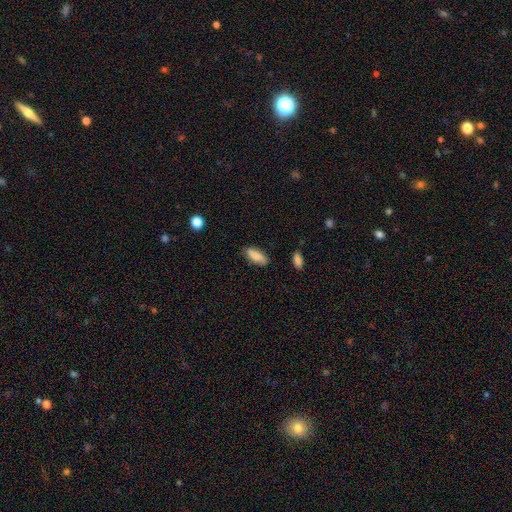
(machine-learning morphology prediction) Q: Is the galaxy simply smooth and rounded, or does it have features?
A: smooth — 81%.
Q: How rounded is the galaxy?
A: in between — 81%.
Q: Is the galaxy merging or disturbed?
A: none — 78%.